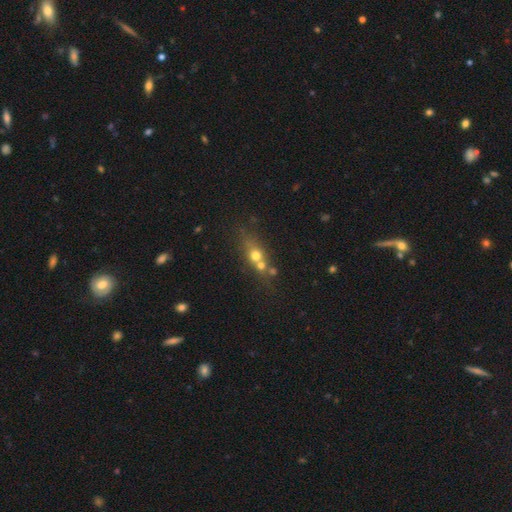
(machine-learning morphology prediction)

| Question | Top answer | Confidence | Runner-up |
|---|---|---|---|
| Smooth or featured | smooth | 56% | featured or disk (28%) |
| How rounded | round | 60% | in between (30%) |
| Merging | merger | 47% | none (38%) |